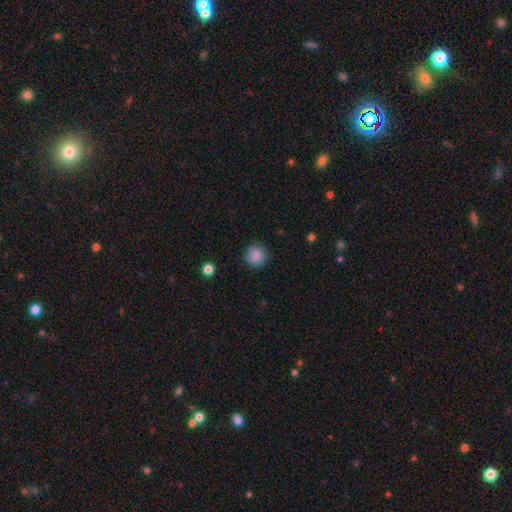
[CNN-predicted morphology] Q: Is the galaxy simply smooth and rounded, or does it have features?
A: smooth — 87%.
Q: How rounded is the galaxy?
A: round — 92%.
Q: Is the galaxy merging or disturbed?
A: none — 89%.